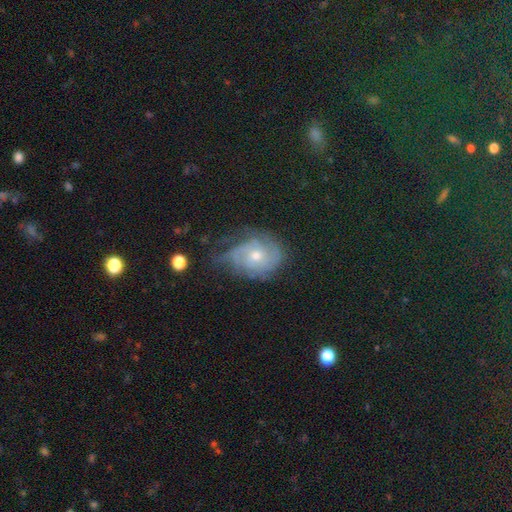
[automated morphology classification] smooth-or-featured: featured or disk: 69% | smooth: 19% | star or artifact: 11%
  disk-edge-on: no: 96% | yes: 4%
    bar: no: 79% | weak: 18% | strong: 3%
    has-spiral-arms: yes: 87% | no: 13%
      spiral-winding: tight: 56% | medium: 32% | loose: 12%
      spiral-arm-count: can't tell: 43% | 2: 23% | 3: 17% | 1: 7% | 4: 6% | more than 4: 5%
    bulge-size: moderate: 52% | small: 44% | large: 2% | none: 1% | dominant: 1%
  merging: none: 48% | minor disturbance: 31% | major disturbance: 19% | merger: 2%